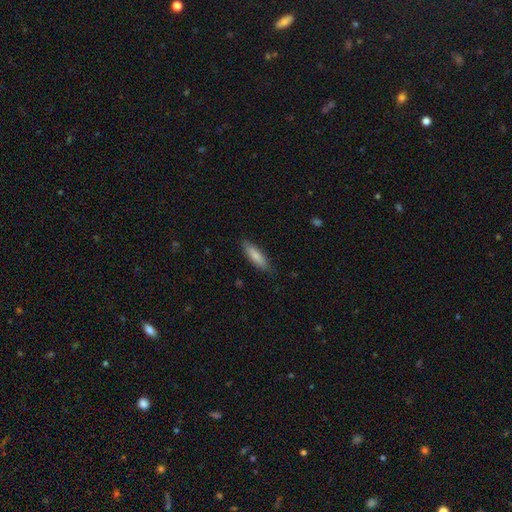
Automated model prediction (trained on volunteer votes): A smooth galaxy with no disk features (82%) that is cigar-shaped (58%).

Vote fractions:
- Smooth or featured? smooth: 82% / featured or disk: 12% / star or artifact: 5%
- How rounded? cigar-shaped: 58% / in between: 41% / round: 1%
- Merging? none: 83% / minor disturbance: 13% / major disturbance: 2% / merger: 1%